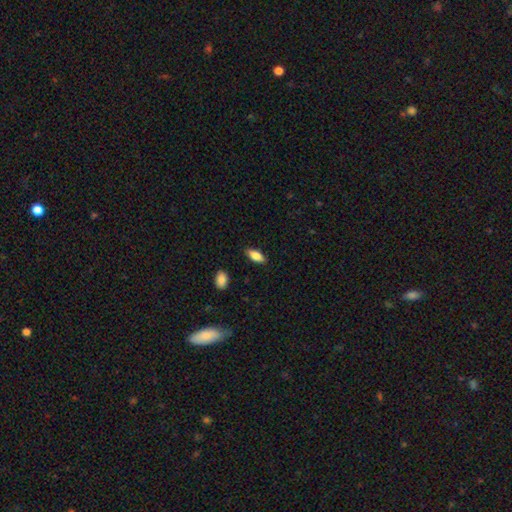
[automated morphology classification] smooth_or_featured: smooth (p=0.84) [alt: featured or disk p=0.10]
how_rounded: in between (p=0.83) [alt: cigar-shaped p=0.14]
merging: none (p=0.88) [alt: minor disturbance p=0.09]